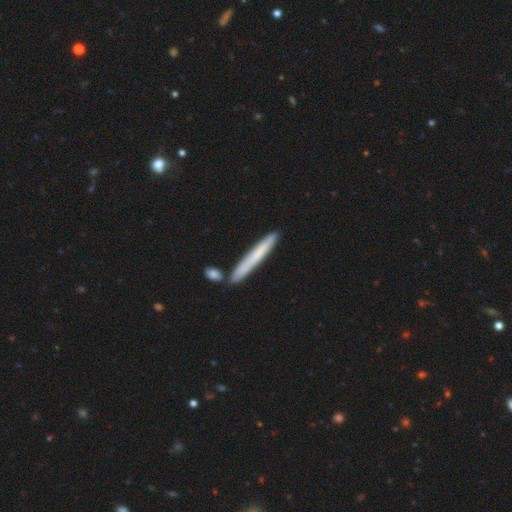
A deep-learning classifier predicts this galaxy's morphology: This is likely a smooth galaxy (64%). How rounded: clearly cigar-shaped (96%). Merging: clearly none (81%).